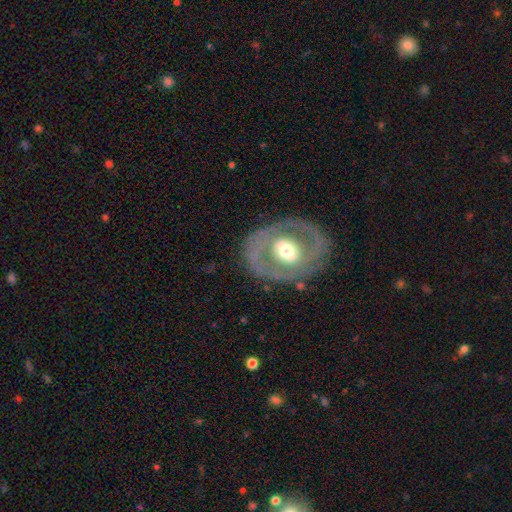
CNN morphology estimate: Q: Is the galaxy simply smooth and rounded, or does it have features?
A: featured or disk — 72%.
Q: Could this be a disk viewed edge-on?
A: no — 94%.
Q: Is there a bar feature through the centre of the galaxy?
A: no — 65%.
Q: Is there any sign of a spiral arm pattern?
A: no — 57%.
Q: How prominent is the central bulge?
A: moderate — 64%.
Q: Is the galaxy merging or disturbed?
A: none — 78%.